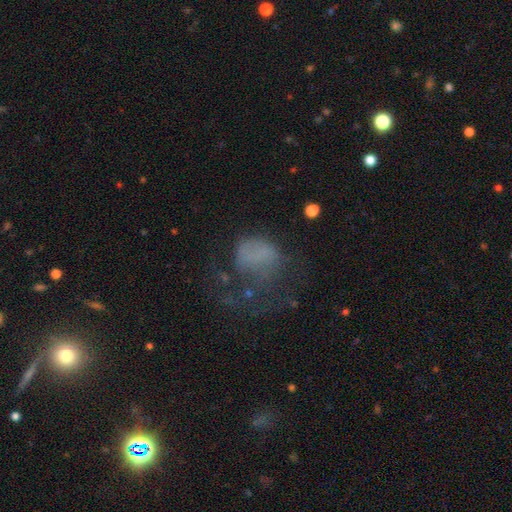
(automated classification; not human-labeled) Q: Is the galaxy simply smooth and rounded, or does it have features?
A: smooth — 49%.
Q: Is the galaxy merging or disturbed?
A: major disturbance — 56%.